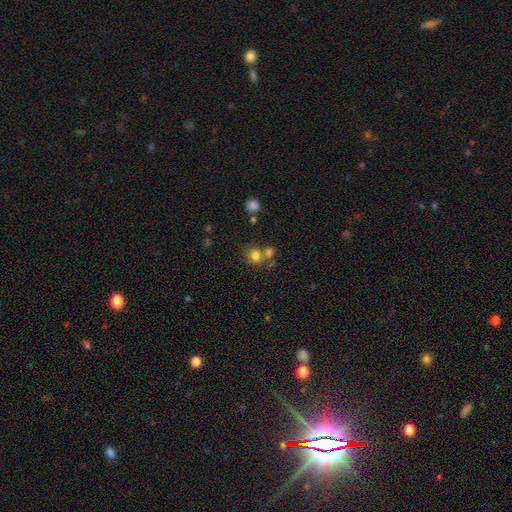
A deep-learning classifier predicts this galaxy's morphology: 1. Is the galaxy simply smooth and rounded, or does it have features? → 77% smooth, 14% star or artifact, 9% featured or disk.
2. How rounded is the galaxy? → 82% round, 17% in between, 1% cigar-shaped.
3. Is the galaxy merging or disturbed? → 54% none, 34% merger, 8% minor disturbance, 4% major disturbance.